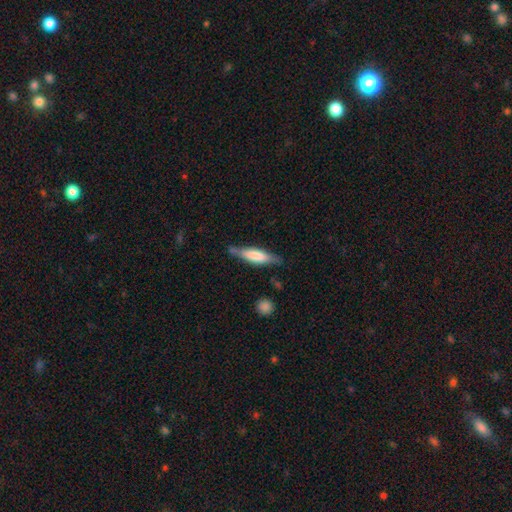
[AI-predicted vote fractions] A smooth galaxy with no disk features (57%) that is cigar-shaped (74%). Merging: none (75%).